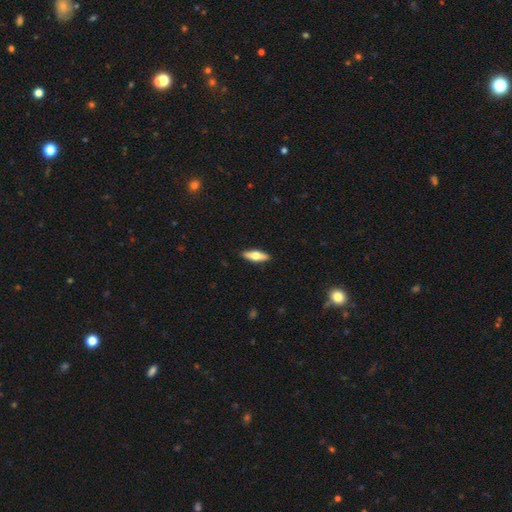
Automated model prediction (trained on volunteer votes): This is possibly a smooth galaxy (56%). How rounded: possibly cigar-shaped (50%). Merging: clearly none (90%).